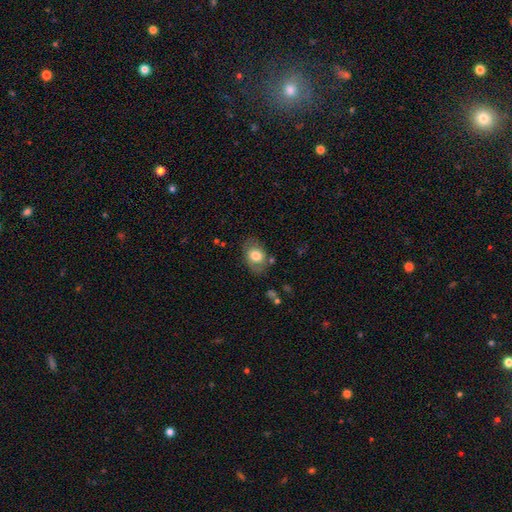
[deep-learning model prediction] Smooth or featured: smooth — 72% (featured or disk — 21%)
How rounded: in between — 75% (round — 24%)
Merging: none — 73% (minor disturbance — 18%)